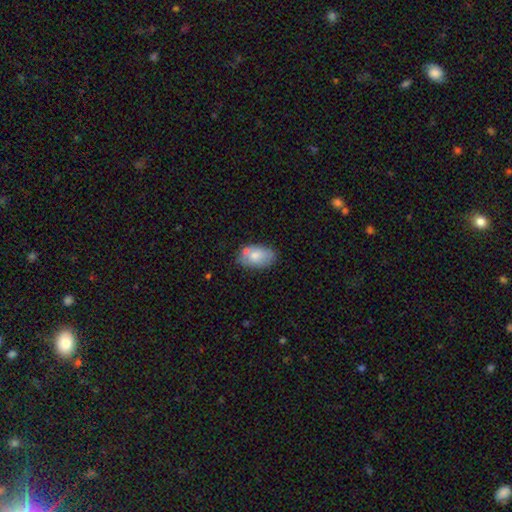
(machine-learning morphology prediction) This appears to be a smooth galaxy with no disk features (72%) that is in between round and cigar-shaped (91%). Merging: none (60%).